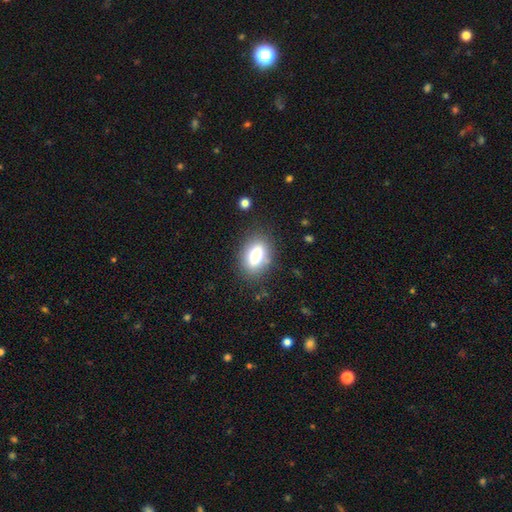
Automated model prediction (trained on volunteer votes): Overall: smooth (76%). How rounded: in between (84%). Merging: none (83%).